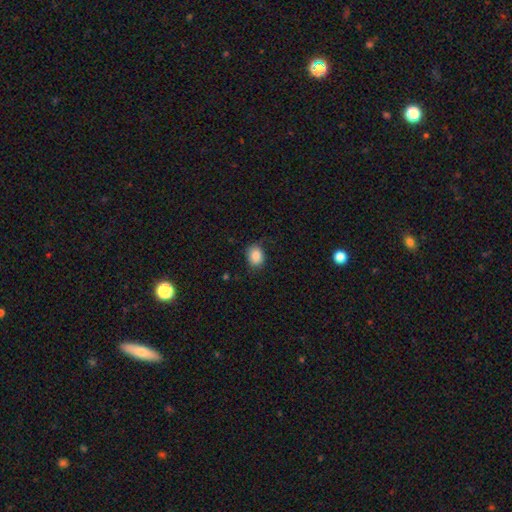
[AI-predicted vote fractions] smooth_or_featured: smooth (p=0.86) [alt: star or artifact p=0.09]
how_rounded: in between (p=0.50) [alt: round p=0.49]
merging: none (p=0.73) [alt: minor disturbance p=0.21]